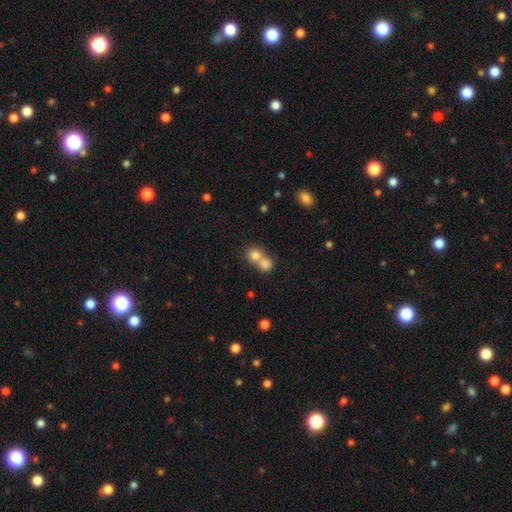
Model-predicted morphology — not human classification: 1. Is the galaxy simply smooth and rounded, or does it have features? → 79% smooth, 11% featured or disk, 10% star or artifact.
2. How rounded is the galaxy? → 82% round, 17% in between, 1% cigar-shaped.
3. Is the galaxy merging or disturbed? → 62% merger, 32% none, 5% minor disturbance, 2% major disturbance.